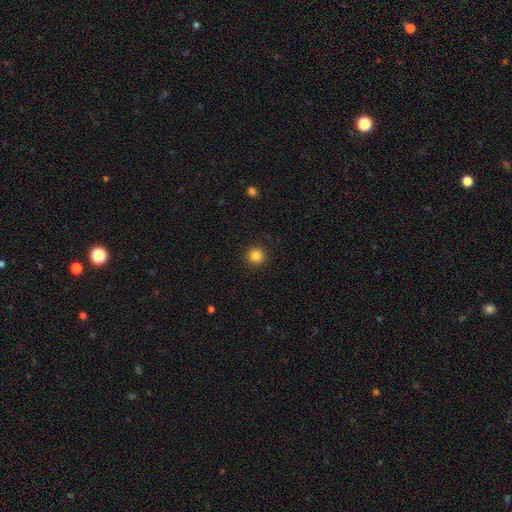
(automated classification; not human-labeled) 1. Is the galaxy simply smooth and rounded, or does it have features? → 84% smooth, 12% star or artifact, 4% featured or disk.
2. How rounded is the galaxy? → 94% round, 5% in between, 1% cigar-shaped.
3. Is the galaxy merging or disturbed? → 92% none, 5% minor disturbance, 2% major disturbance, 1% merger.